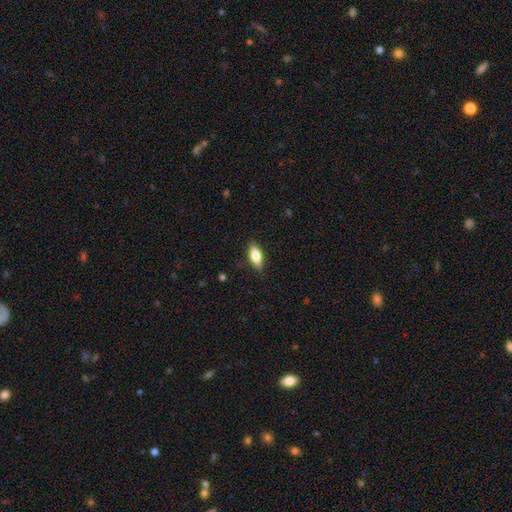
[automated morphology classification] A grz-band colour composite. It shows a smooth galaxy with no disk features (72%) that is in between round and cigar-shaped (71%). Merging: none (86%).